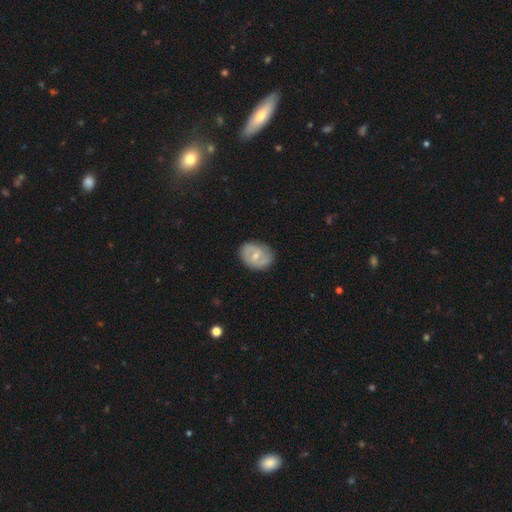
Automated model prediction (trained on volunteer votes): The model was most divided on "bulge size": moderate: 48%, small: 47%, none: 3%, large: 2%, dominant: 1%. More confident: edge-on disk — no (97%); merging — none (81%); spiral arms — yes (78%); smooth or featured — featured or disk (63%); bar — weak (53%).